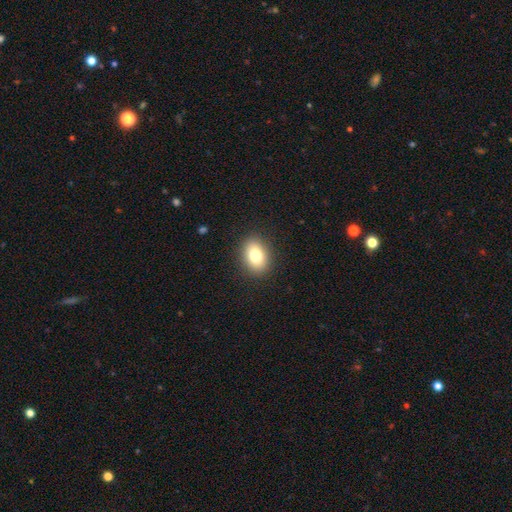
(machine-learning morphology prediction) type=smooth (79%); roundness=in between (72%); merging=none (89%).